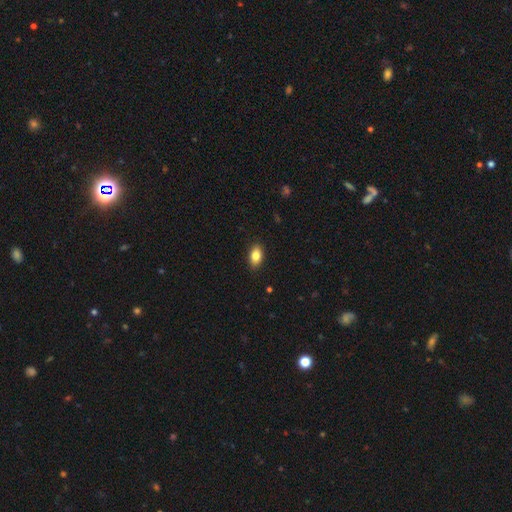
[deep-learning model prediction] smooth 84%, featured or disk 8%, star or artifact 8%. Down the decision tree: how rounded — in between (89%); merging — none (89%).